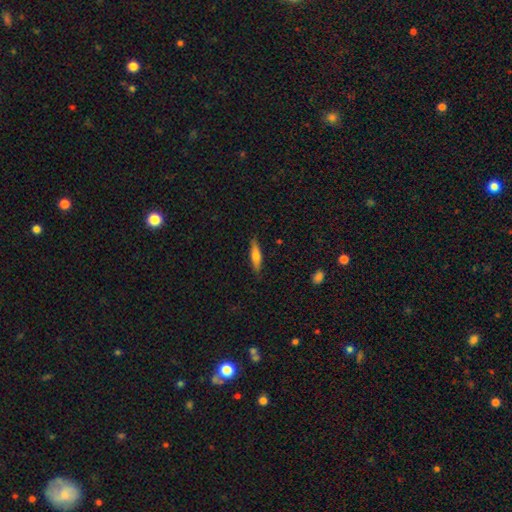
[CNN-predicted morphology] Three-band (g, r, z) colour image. It shows a smooth galaxy with no disk features (64%) that is cigar-shaped (76%). Merging: none (86%).